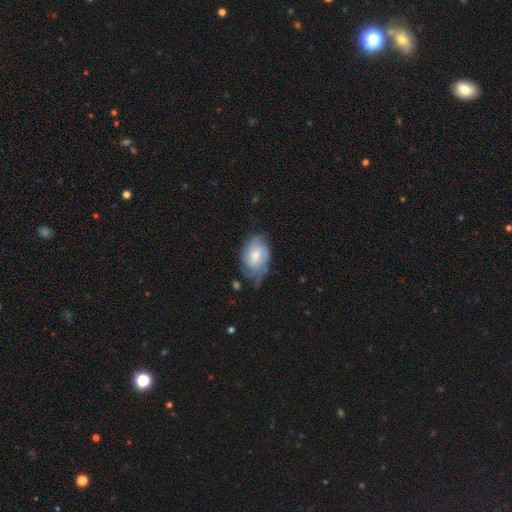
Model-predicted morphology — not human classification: Smooth or featured? Predicted: smooth (p=0.51). How rounded? Predicted: in between (p=0.84). Merging? Predicted: none (p=0.43).